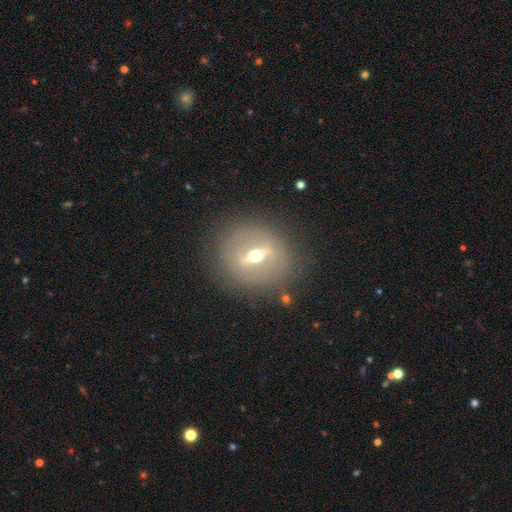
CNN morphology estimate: featured or disk 78%, smooth 15%, star or artifact 8%. Down the decision tree: edge-on disk — no (66%); bar — strong (71%); spiral arms — no (77%); bulge size — moderate (70%); merging — none (83%).